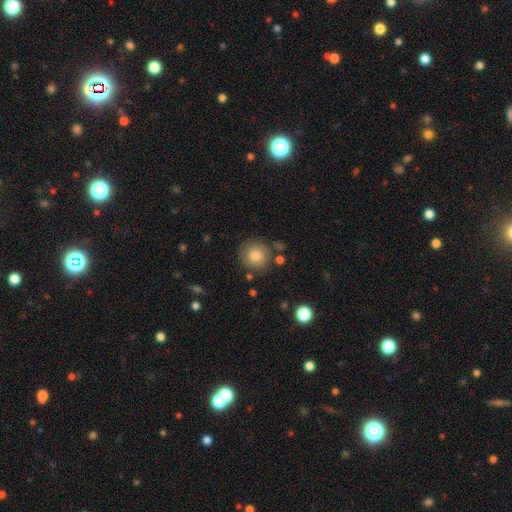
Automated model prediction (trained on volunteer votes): A smooth galaxy with no disk features (84%) that is round (93%).

Vote fractions:
- Smooth or featured? smooth: 84% / star or artifact: 9% / featured or disk: 7%
- How rounded? round: 93% / in between: 6% / cigar-shaped: 1%
- Merging? none: 81% / minor disturbance: 11% / merger: 4% / major disturbance: 4%